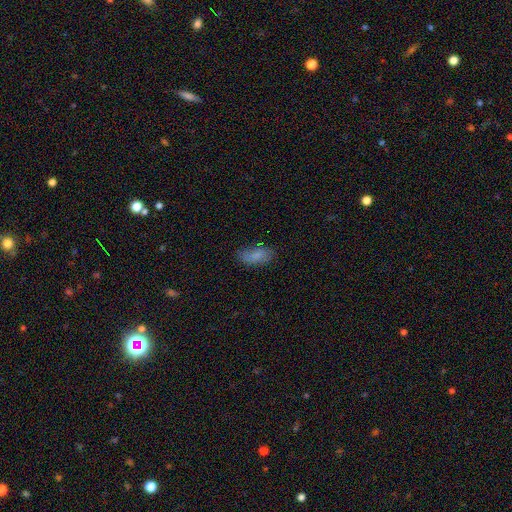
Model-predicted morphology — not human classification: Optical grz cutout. It shows a smooth galaxy with no disk features (80%) that is in between round and cigar-shaped (89%). Merging: none (75%).